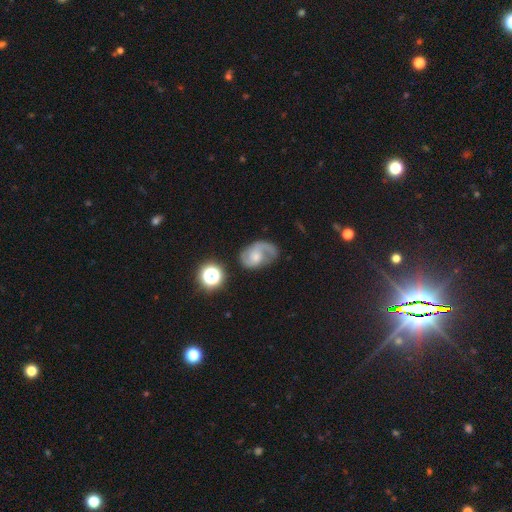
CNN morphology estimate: smooth-or-featured: featured or disk: 75% | smooth: 16% | star or artifact: 9%
  disk-edge-on: no: 98% | yes: 2%
    bar: no: 60% | weak: 35% | strong: 5%
    has-spiral-arms: yes: 94% | no: 6%
      spiral-winding: medium: 50% | loose: 29% | tight: 20%
      spiral-arm-count: 2: 70% | 1: 20% | can't tell: 6% | 3: 2% | 4: 1% | more than 4: 1%
    bulge-size: small: 41% | moderate: 40% | none: 10% | large: 6% | dominant: 2%
  merging: none: 59% | minor disturbance: 23% | major disturbance: 15% | merger: 3%